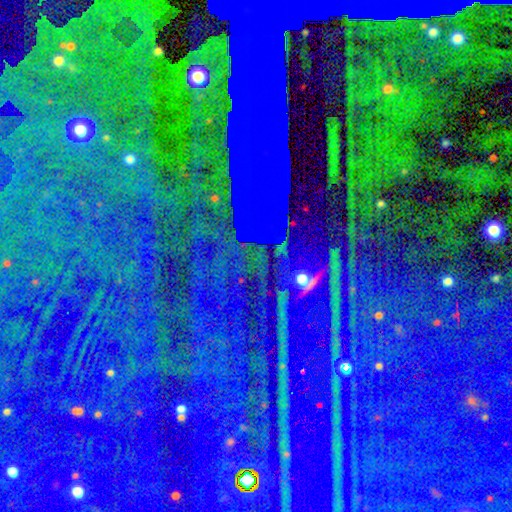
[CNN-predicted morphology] Smooth or featured? Predicted: star or artifact (p=0.85).